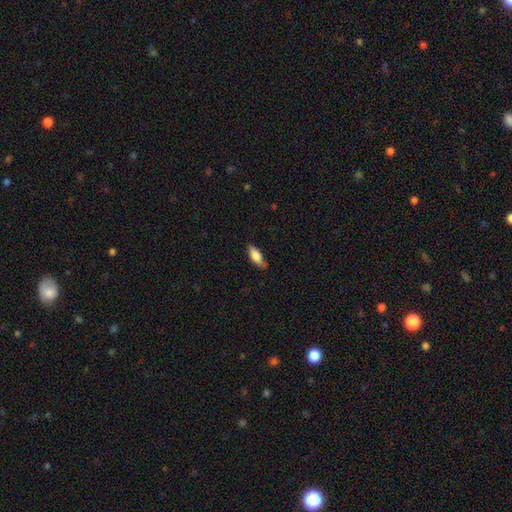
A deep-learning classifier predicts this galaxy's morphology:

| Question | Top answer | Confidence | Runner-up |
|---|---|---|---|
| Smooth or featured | smooth | 79% | featured or disk (14%) |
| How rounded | in between | 79% | cigar-shaped (19%) |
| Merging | none | 76% | minor disturbance (19%) |